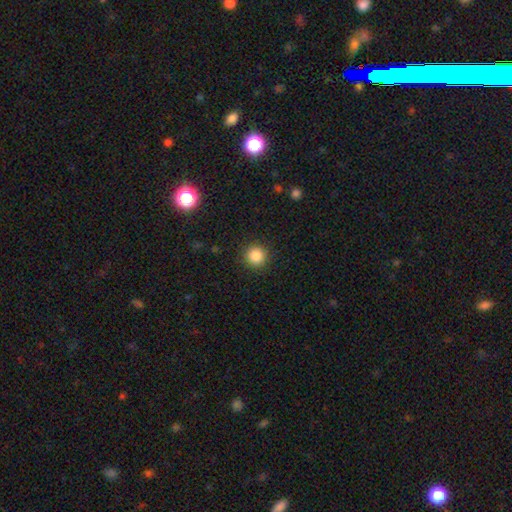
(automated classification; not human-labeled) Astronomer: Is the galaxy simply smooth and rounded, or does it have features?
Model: smooth — 86%.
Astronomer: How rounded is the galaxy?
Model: round — 95%.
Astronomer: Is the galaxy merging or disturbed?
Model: none — 91%.